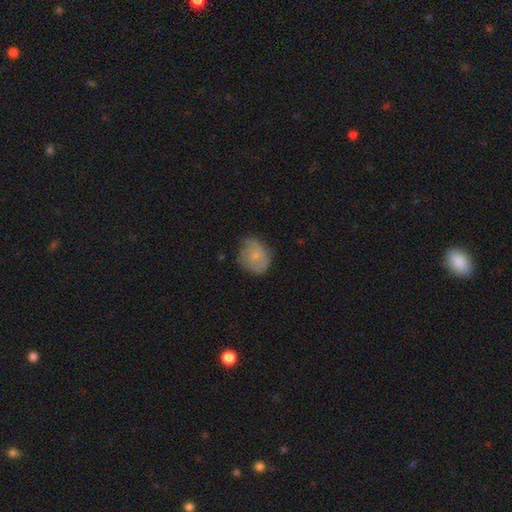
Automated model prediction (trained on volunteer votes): smooth 66%, featured or disk 26%, star or artifact 8%. Down the decision tree: how rounded — round (68%); merging — none (58%).